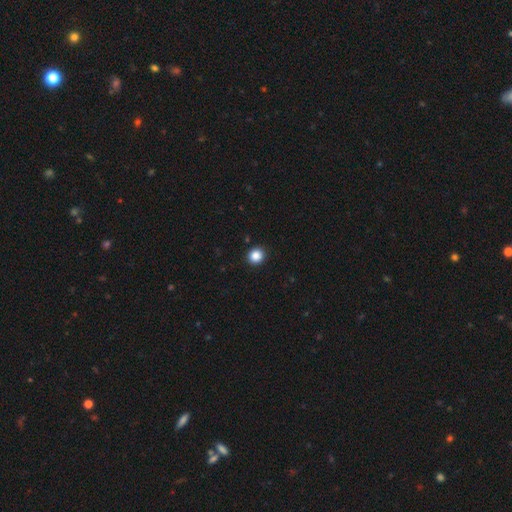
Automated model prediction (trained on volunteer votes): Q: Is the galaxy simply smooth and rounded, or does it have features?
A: smooth — 87%.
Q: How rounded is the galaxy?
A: round — 88%.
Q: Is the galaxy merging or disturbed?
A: none — 92%.